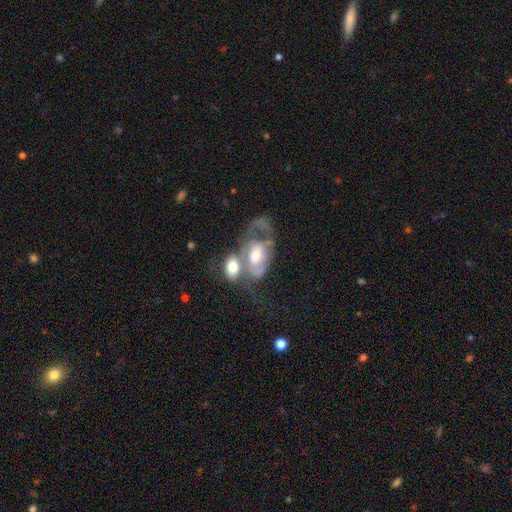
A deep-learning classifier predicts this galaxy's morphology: A featured or disk galaxy (58%) with no bar (61%), spiral arms (55%) and a moderate central bulge (57%). Merging: merger (63%).